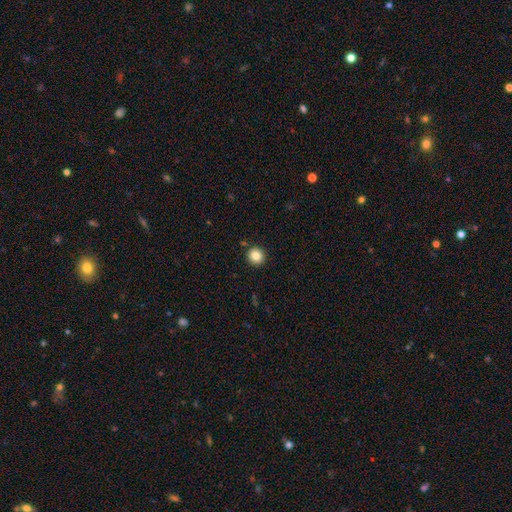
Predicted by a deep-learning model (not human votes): Smooth or featured? smooth (84%)
How rounded? round (93%)
Merging? none (91%)